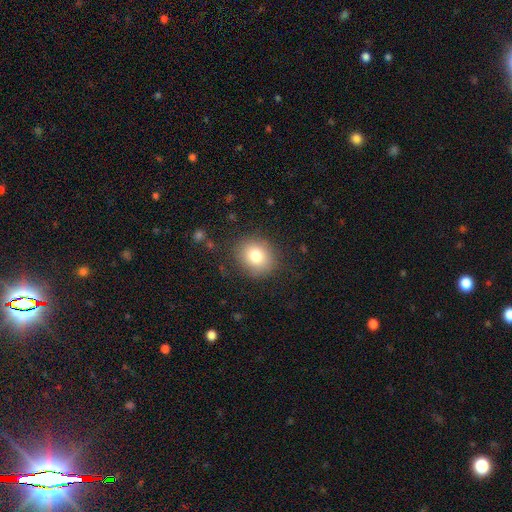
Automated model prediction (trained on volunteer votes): Overall: smooth (79%). How rounded: round (77%). Merging: none (84%).